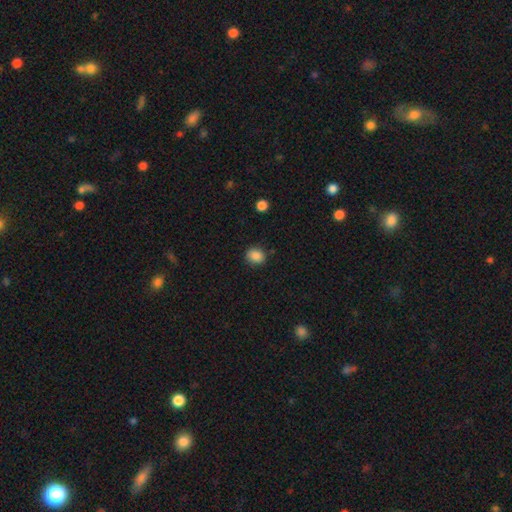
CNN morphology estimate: This appears to be a smooth galaxy with no disk features (87%) that is round (57%). Merging: none (84%).